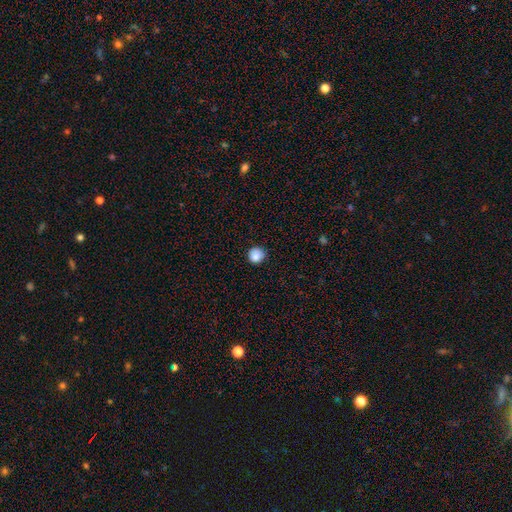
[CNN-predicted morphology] type=smooth (85%); roundness=round (93%); merging=none (82%).